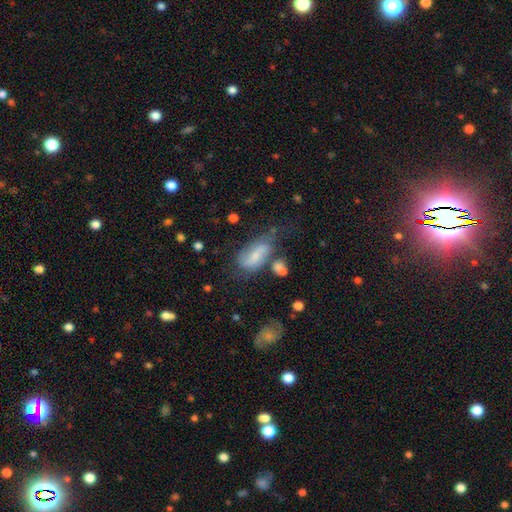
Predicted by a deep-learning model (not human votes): featured or disk 49%, smooth 41%, star or artifact 10%. Down the decision tree: merging — none (41%).